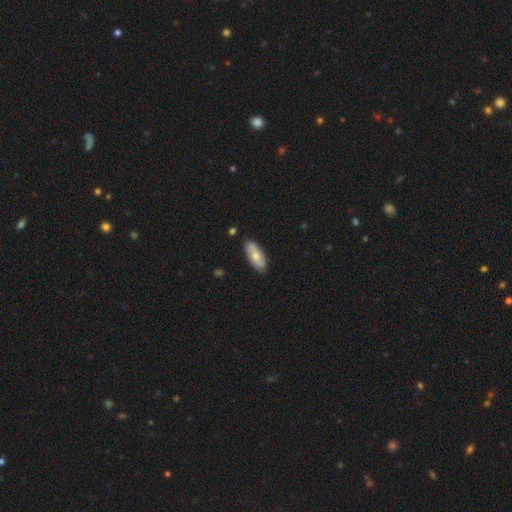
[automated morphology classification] Overall: smooth (63%; featured or disk 32%). How rounded: in between (83%). Merging: none (85%).